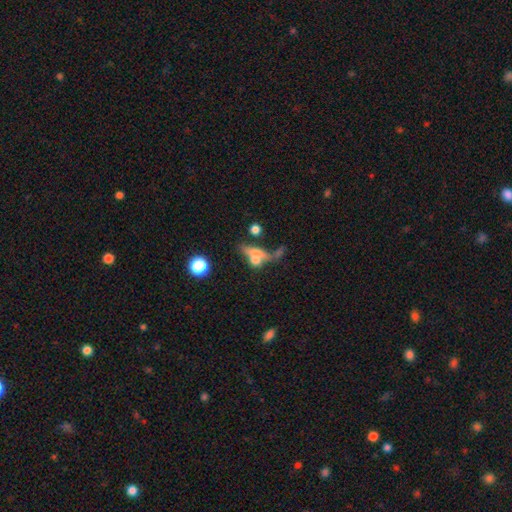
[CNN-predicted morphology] A smooth galaxy with no disk features (48%).

Vote fractions:
- Smooth or featured? smooth: 48% / featured or disk: 38% / star or artifact: 14%
- Merging? merger: 40% / none: 31% / major disturbance: 16% / minor disturbance: 13%